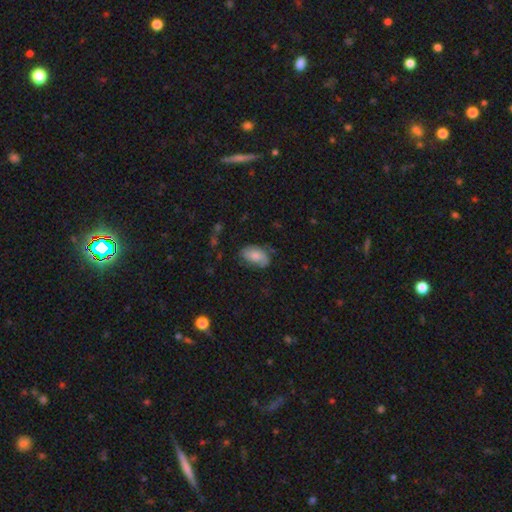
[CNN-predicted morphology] Smooth or featured?
  - smooth: 62% *
  - featured or disk: 30%
  - star or artifact: 8%
How rounded?
  - in between: 91% *
  - round: 7%
  - cigar-shaped: 2%
Merging?
  - none: 62% *
  - minor disturbance: 26%
  - major disturbance: 10%
  - merger: 2%